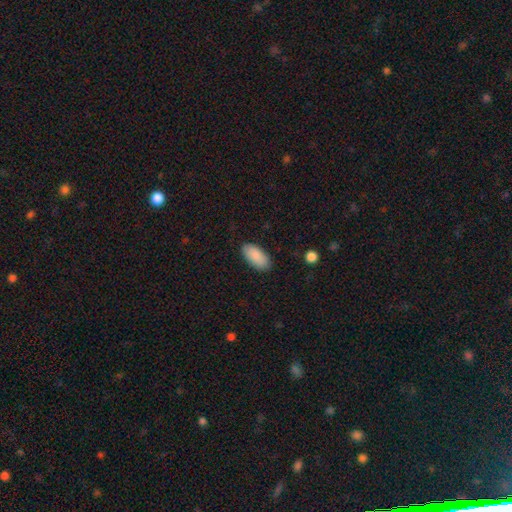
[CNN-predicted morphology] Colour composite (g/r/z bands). It shows a smooth galaxy with no disk features (89%) that is in between round and cigar-shaped (93%). Merging: none (86%).